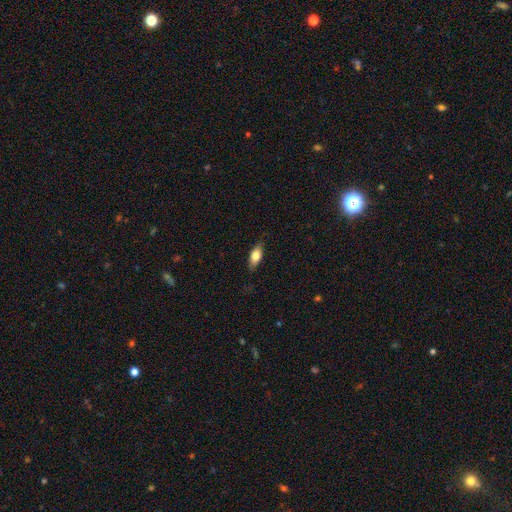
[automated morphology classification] The model was most divided on "smooth or featured": smooth: 75%, featured or disk: 19%, star or artifact: 7%. More confident: merging — none (81%); how rounded — in between (79%).